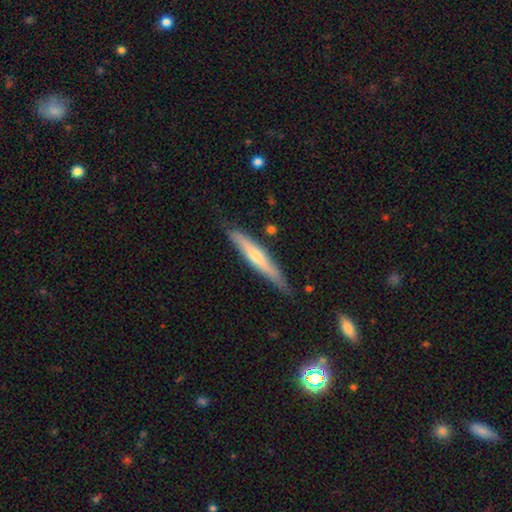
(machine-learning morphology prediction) smooth_or_featured: featured or disk (p=0.59) [alt: smooth p=0.34]
disk_edge_on: yes (p=0.94) [alt: no p=0.06]
edge_on_bulge: rounded (p=0.74) [alt: none p=0.22]
merging: none (p=0.84) [alt: minor disturbance p=0.12]